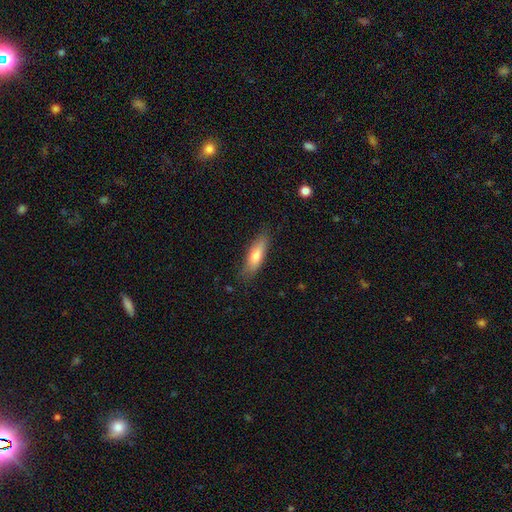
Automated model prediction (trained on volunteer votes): smooth 71%, featured or disk 23%, star or artifact 6%. Down the decision tree: how rounded — in between (54%); merging — none (80%).